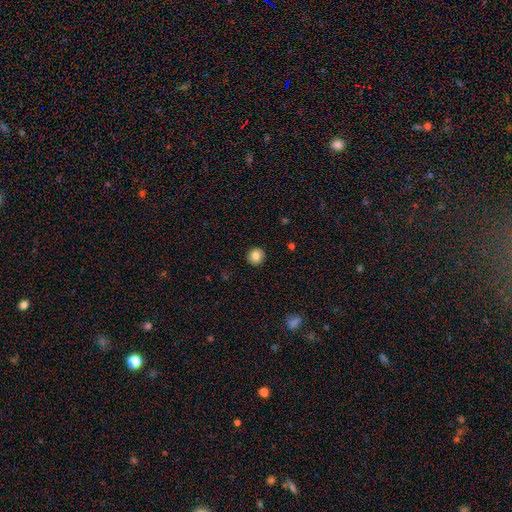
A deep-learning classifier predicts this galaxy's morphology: This appears to be a smooth galaxy with no disk features (84%) that is round (94%). Merging: none (92%).